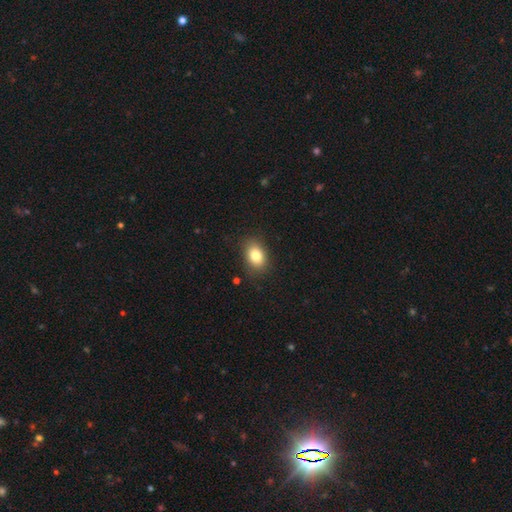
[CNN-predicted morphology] Smooth or featured? smooth (83%)
How rounded? in between (78%)
Merging? none (83%)